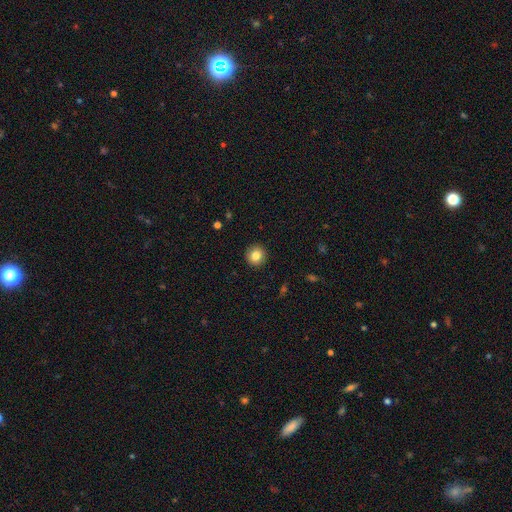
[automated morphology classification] Smooth or featured?
  - smooth: 84% *
  - star or artifact: 9%
  - featured or disk: 7%
How rounded?
  - round: 92% *
  - in between: 7%
  - cigar-shaped: 1%
Merging?
  - none: 92% *
  - minor disturbance: 5%
  - major disturbance: 2%
  - merger: 1%